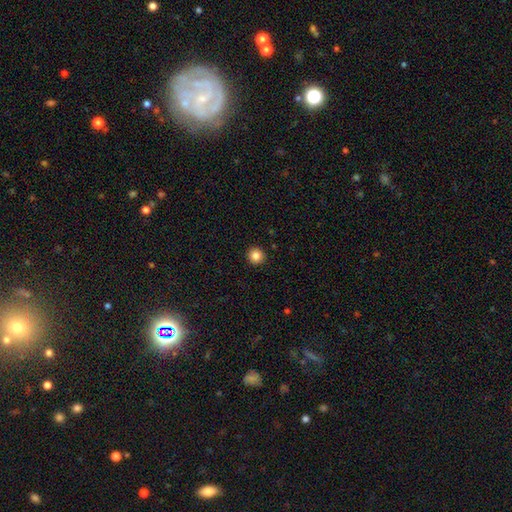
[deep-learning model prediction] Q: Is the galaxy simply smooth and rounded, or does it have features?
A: smooth — 85%.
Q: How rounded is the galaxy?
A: round — 96%.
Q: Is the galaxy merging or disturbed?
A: none — 93%.